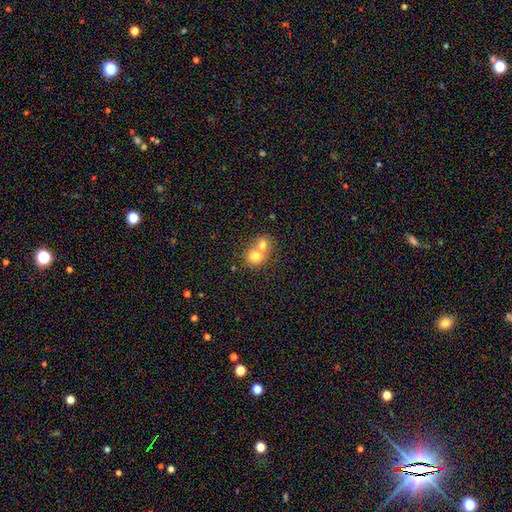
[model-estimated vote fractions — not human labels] smooth_or_featured: smooth (p=0.75) [alt: featured or disk p=0.15]
how_rounded: round (p=0.77) [alt: in between p=0.23]
merging: merger (p=0.67) [alt: none p=0.27]